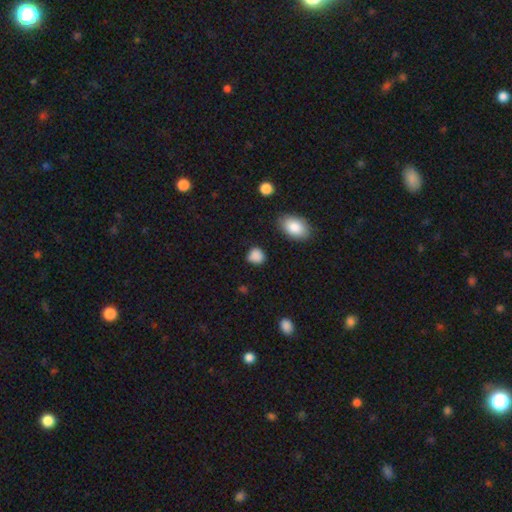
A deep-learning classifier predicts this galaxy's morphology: smooth 87%, star or artifact 10%, featured or disk 4%. Down the decision tree: how rounded — round (67%); merging — none (76%).